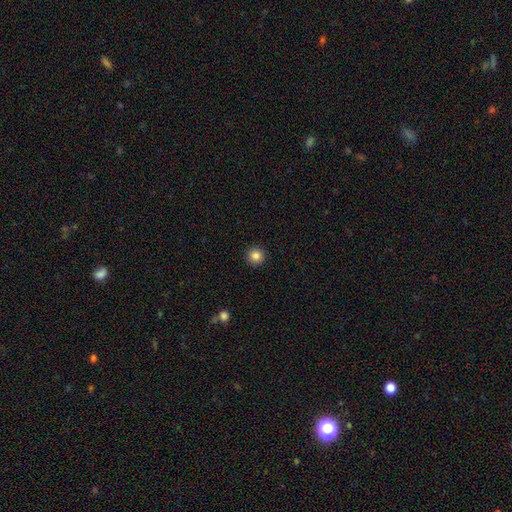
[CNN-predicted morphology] Smooth or featured?
  - smooth: 85% *
  - star or artifact: 11%
  - featured or disk: 4%
How rounded?
  - round: 96% *
  - in between: 3%
  - cigar-shaped: 1%
Merging?
  - none: 93% *
  - minor disturbance: 4%
  - major disturbance: 2%
  - merger: 1%